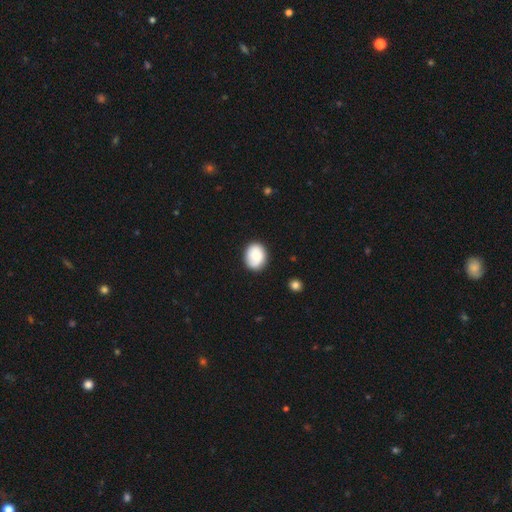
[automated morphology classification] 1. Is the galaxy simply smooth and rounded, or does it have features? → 81% smooth, 12% featured or disk, 7% star or artifact.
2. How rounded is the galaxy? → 51% round, 49% in between, 1% cigar-shaped.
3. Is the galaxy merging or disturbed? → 81% none, 14% minor disturbance, 3% major disturbance, 2% merger.